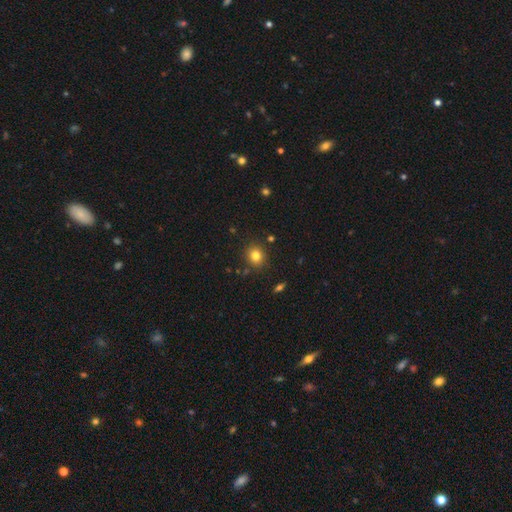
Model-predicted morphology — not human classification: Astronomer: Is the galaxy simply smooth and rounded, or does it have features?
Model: smooth — 80%.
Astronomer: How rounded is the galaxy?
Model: round — 78%.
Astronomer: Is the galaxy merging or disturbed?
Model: none — 87%.